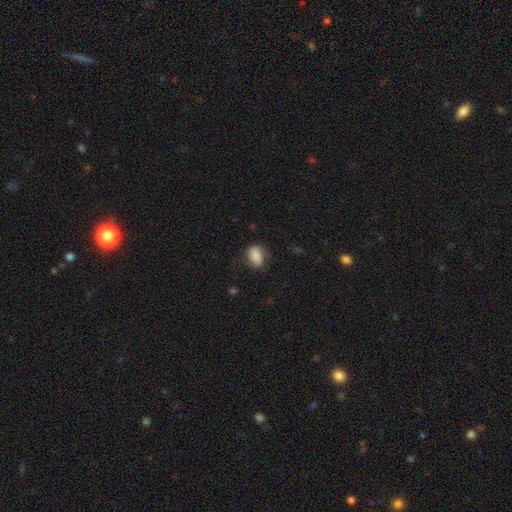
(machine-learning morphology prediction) This is clearly a smooth galaxy (82%). How rounded: likely in between (73%). Merging: likely none (73%).